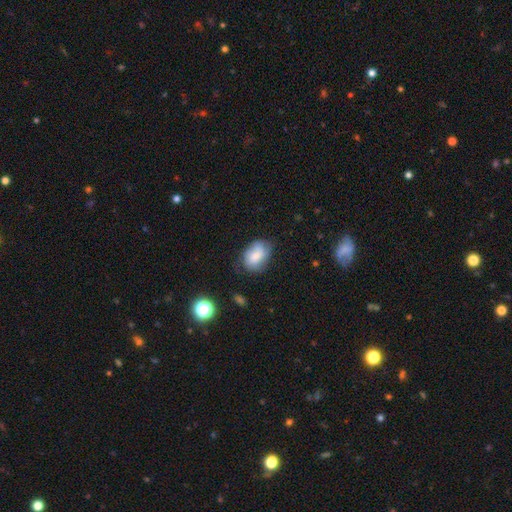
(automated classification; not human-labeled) This is likely a smooth galaxy (76%). How rounded: likely in between (77%). Merging: likely none (61%).